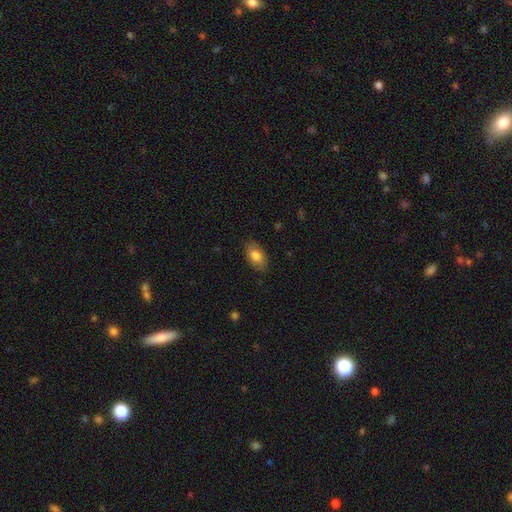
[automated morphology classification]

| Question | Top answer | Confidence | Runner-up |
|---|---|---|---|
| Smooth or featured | smooth | 81% | featured or disk (12%) |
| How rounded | in between | 91% | round (7%) |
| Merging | none | 84% | minor disturbance (12%) |